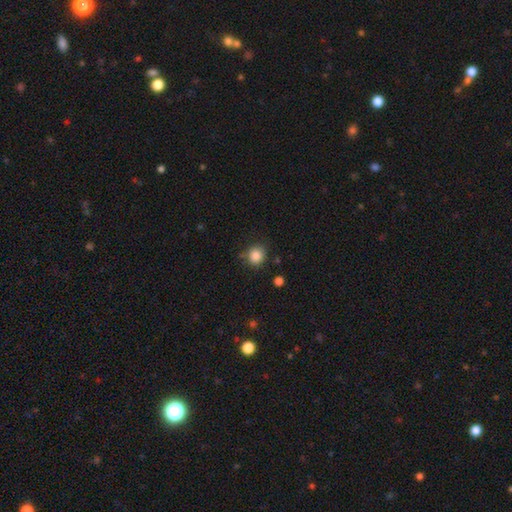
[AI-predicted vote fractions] Q: Smooth or featured?
A: smooth (85%); runner-up: star or artifact (10%)
Q: How rounded?
A: round (87%); runner-up: in between (12%)
Q: Merging?
A: none (79%); runner-up: minor disturbance (13%)